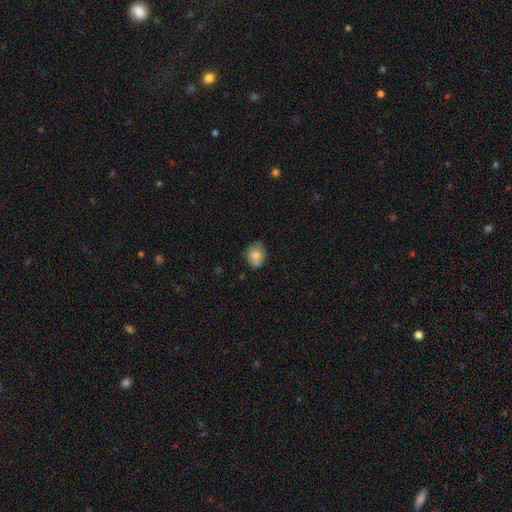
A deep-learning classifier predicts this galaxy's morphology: A smooth galaxy with no disk features (80%) that is round (57%).

Vote fractions:
- Smooth or featured? smooth: 80% / featured or disk: 12% / star or artifact: 8%
- How rounded? round: 57% / in between: 42% / cigar-shaped: 1%
- Merging? none: 66% / minor disturbance: 27% / major disturbance: 5% / merger: 2%